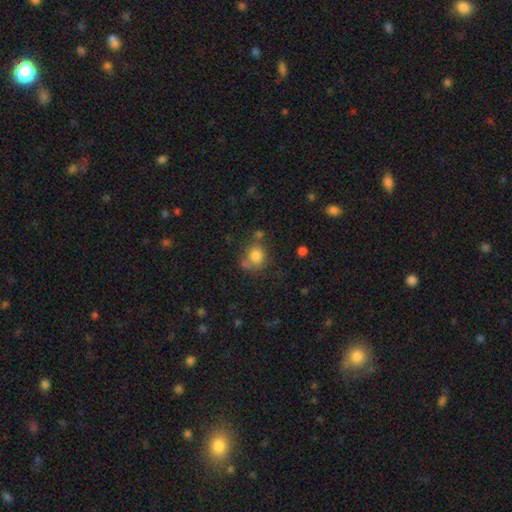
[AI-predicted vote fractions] smooth 79%, star or artifact 11%, featured or disk 9%. Down the decision tree: how rounded — round (78%); merging — none (55%).